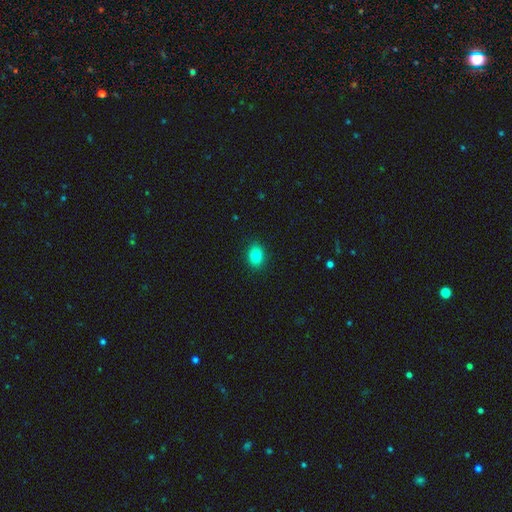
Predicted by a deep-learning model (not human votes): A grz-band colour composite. It shows a smooth galaxy with no disk features (84%) that is in between round and cigar-shaped (61%). Merging: none (90%).